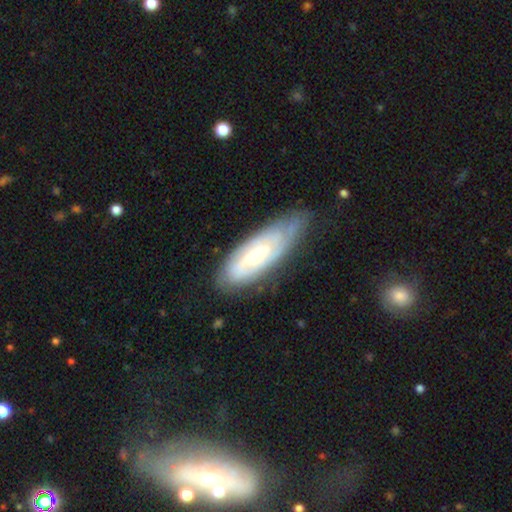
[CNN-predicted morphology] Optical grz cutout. It shows a featured or disk galaxy (71%) with no bar (51%), tight (65%) spiral arms (89%) and a moderate central bulge (48%). Merging: none (64%).